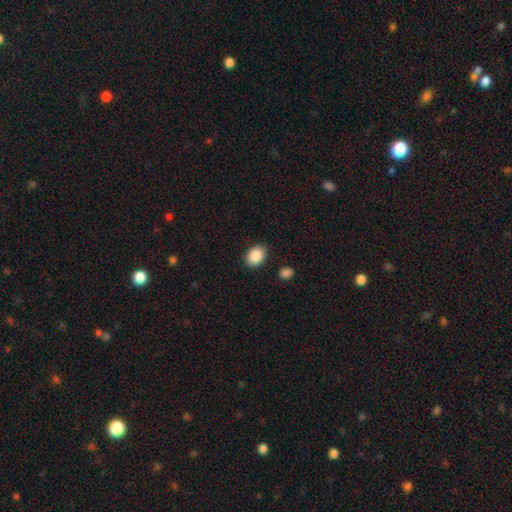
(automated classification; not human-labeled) smooth_or_featured: smooth (p=0.89) [alt: star or artifact p=0.07]
how_rounded: in between (p=0.70) [alt: round p=0.29]
merging: none (p=0.87) [alt: minor disturbance p=0.09]